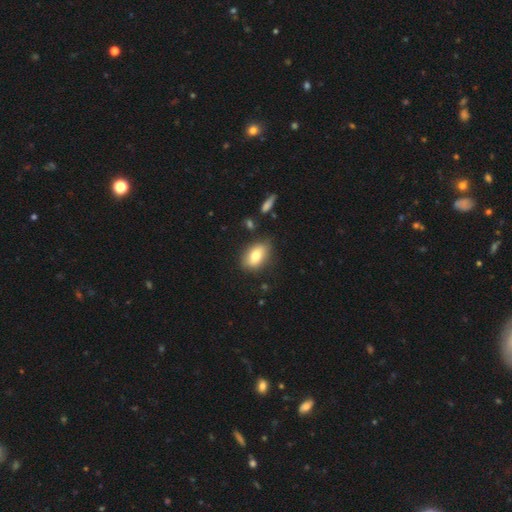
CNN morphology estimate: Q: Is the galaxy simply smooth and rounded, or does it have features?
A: smooth — 77%.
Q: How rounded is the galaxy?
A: in between — 87%.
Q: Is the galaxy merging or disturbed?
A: none — 78%.